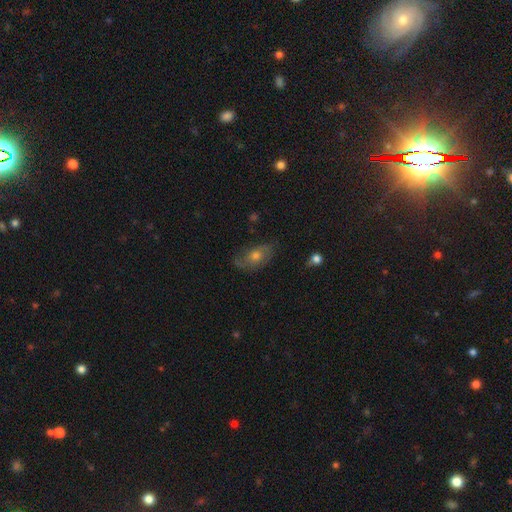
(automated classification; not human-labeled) Morphology: type=smooth (48%); merging=none (64%).